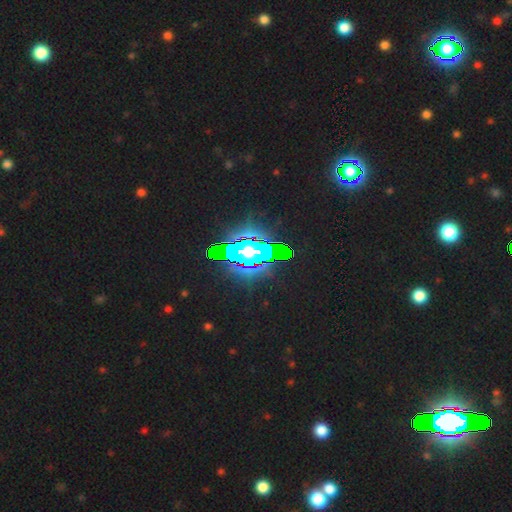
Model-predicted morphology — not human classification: The model was most divided on "smooth or featured": star or artifact: 65%, featured or disk: 21%, smooth: 14%.